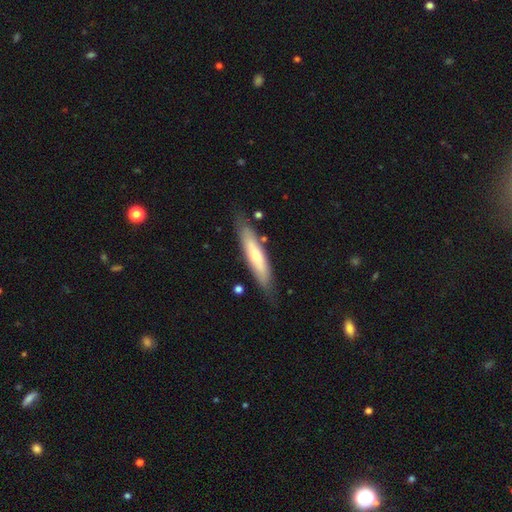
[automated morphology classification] Overall: smooth (57%; featured or disk 38%). How rounded: cigar-shaped (80%). Merging: none (77%).